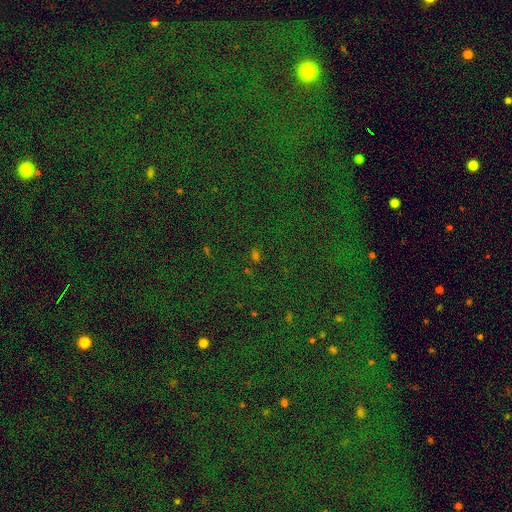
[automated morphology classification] star or artifact 80%, smooth 12%, featured or disk 8%.